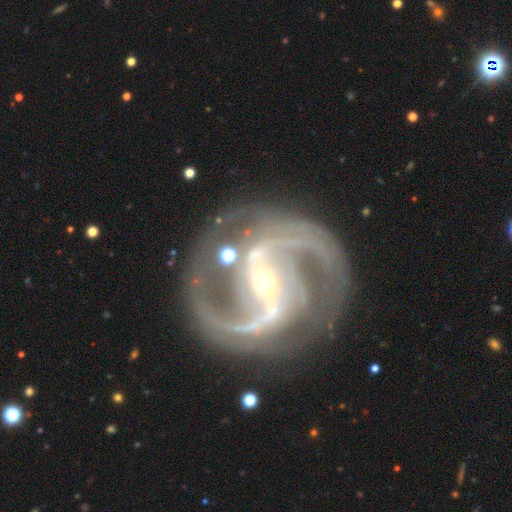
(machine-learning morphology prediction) Smooth or featured: featured or disk — 87% (star or artifact — 8%)
Edge-on disk: no — 97% (yes — 3%)
Bar: strong — 61% (weak — 24%)
Spiral arms: yes — 95% (no — 5%)
Spiral winding: medium — 44% (loose — 30%)
Spiral arm count: 2 — 63% (3 — 10%)
Bulge size: small — 64% (moderate — 29%)
Merging: none — 52% (major disturbance — 21%)